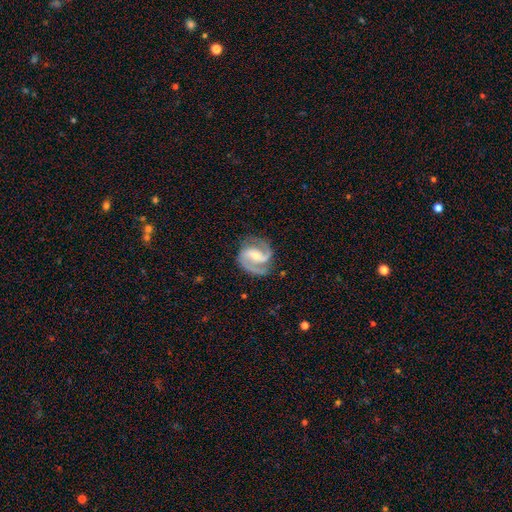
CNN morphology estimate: A featured or disk galaxy (90%) with a weak bar (43%), 2 (91%) medium (57%) spiral arms (98%) and a small central bulge (52%). Merging: none (79%).